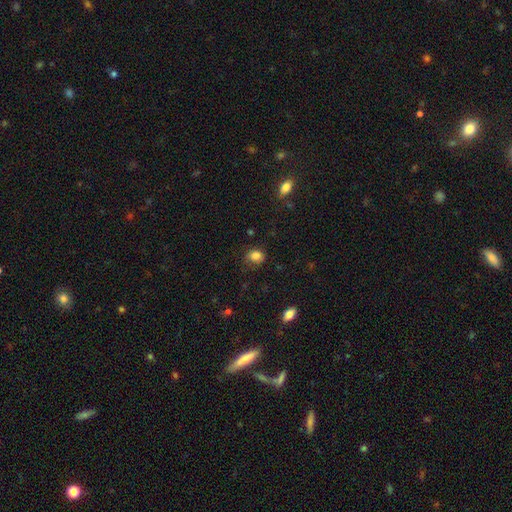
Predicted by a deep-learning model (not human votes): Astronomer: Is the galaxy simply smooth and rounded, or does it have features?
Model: smooth — 82%.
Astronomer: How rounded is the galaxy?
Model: round — 56% (runner-up: in between, 43%).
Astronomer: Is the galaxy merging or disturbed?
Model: none — 71%.